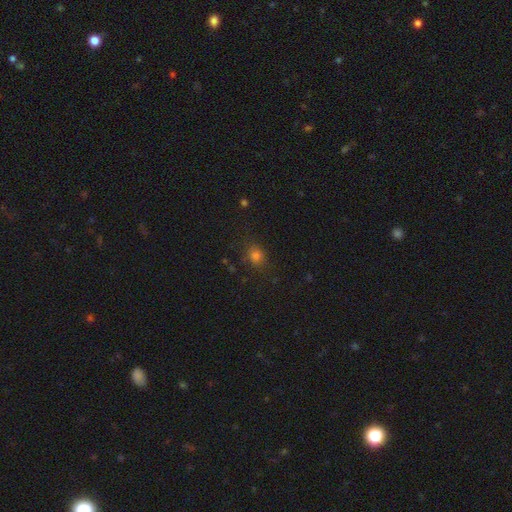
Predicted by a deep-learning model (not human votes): smooth 76%, star or artifact 17%, featured or disk 7%. Down the decision tree: how rounded — round (58%); merging — none (78%).